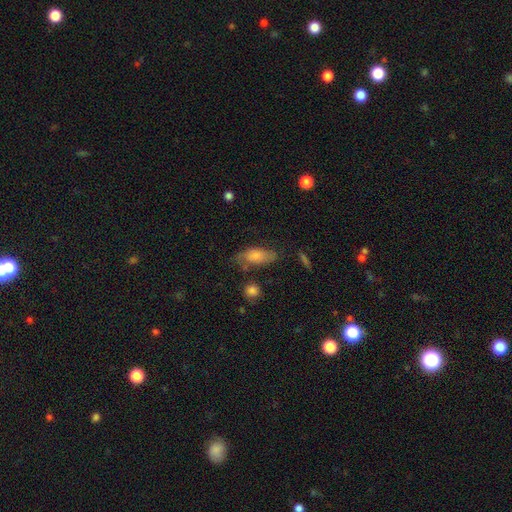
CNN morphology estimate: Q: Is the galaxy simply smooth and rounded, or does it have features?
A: smooth — 63%.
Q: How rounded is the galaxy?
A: in between — 78%.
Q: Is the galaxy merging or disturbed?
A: none — 55%.